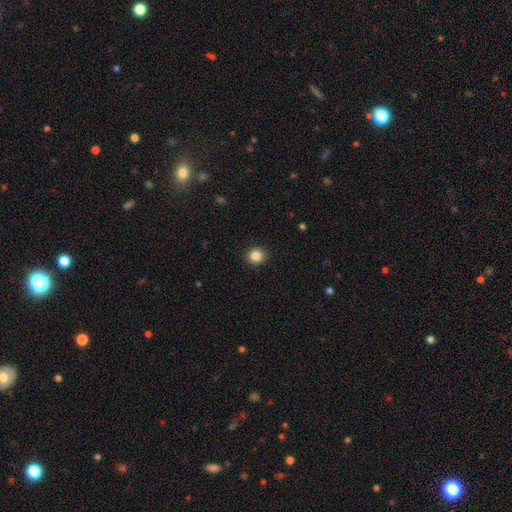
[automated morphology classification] Q: Smooth or featured?
A: smooth (85%); runner-up: star or artifact (11%)
Q: How rounded?
A: round (90%); runner-up: in between (9%)
Q: Merging?
A: none (92%); runner-up: minor disturbance (5%)